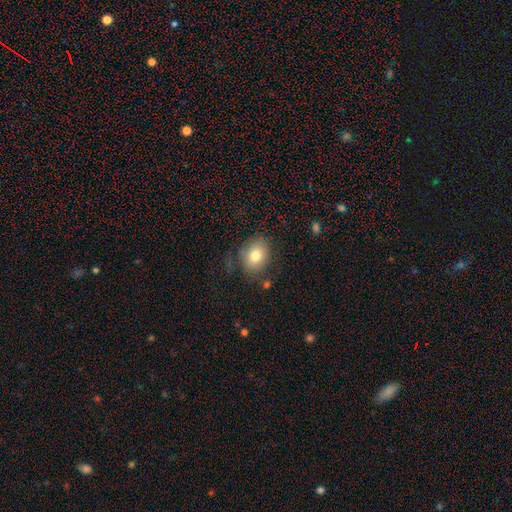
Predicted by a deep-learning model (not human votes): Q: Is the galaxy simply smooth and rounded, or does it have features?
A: smooth — 78%.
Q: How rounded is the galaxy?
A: round — 51%.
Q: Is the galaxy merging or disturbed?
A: none — 73%.